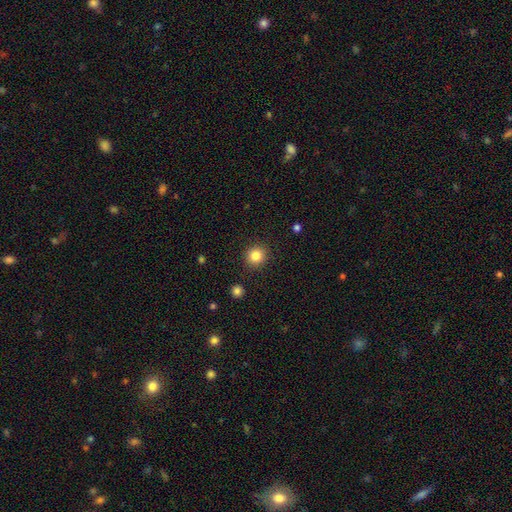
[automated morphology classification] A smooth galaxy with no disk features (84%) that is round (91%).

Vote fractions:
- Smooth or featured? smooth: 84% / star or artifact: 11% / featured or disk: 5%
- How rounded? round: 91% / in between: 8% / cigar-shaped: 1%
- Merging? none: 91% / minor disturbance: 6% / major disturbance: 2% / merger: 1%